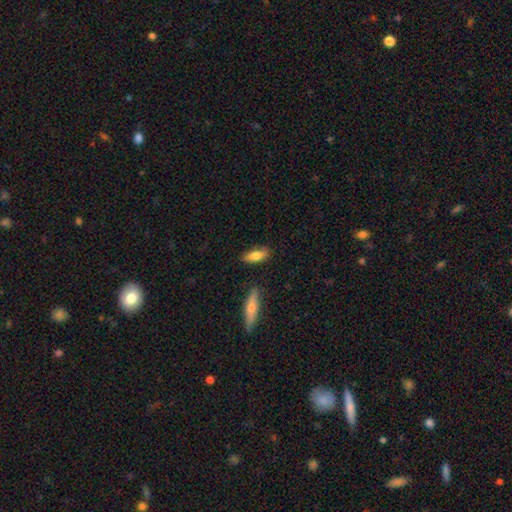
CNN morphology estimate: Smooth or featured?
  - smooth: 81% *
  - featured or disk: 13%
  - star or artifact: 6%
How rounded?
  - in between: 74% *
  - cigar-shaped: 24%
  - round: 2%
Merging?
  - none: 79% *
  - minor disturbance: 15%
  - merger: 3%
  - major disturbance: 3%